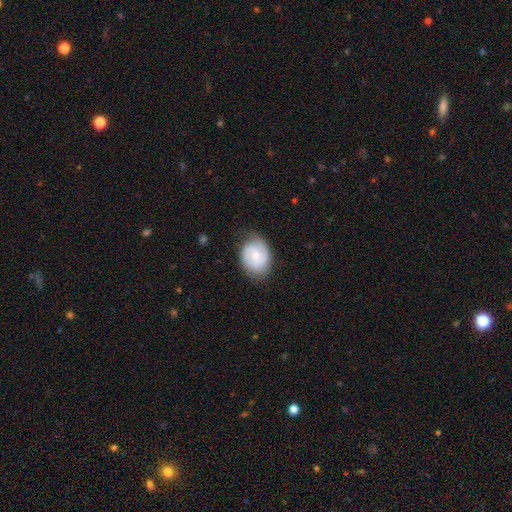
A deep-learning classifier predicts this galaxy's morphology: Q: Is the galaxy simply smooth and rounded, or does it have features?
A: featured or disk — 53%.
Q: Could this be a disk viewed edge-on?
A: no — 96%.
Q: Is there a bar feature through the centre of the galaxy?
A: no — 54%.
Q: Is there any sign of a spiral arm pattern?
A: yes — 80%.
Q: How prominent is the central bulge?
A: moderate — 52%.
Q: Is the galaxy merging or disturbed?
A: none — 72%.